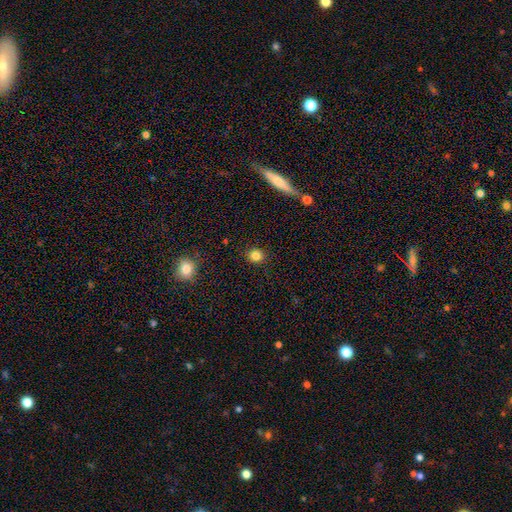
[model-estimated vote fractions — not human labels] Overall: smooth (84%). How rounded: round (84%). Merging: none (89%).